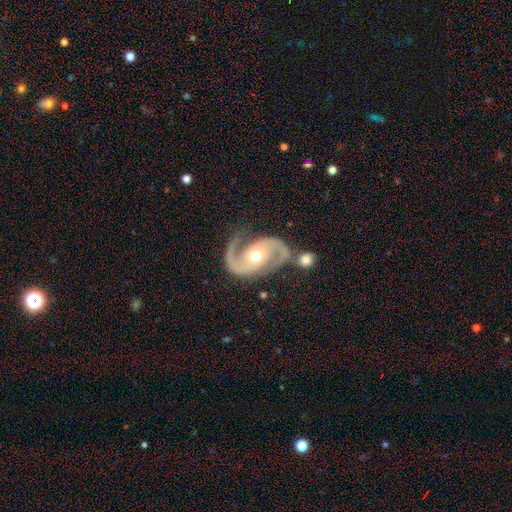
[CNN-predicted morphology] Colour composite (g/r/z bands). It shows a featured or disk galaxy (93%) with no bar (60%), 2 (94%) medium (56%) spiral arms (98%) and a moderate central bulge (78%). Merging: none (67%).